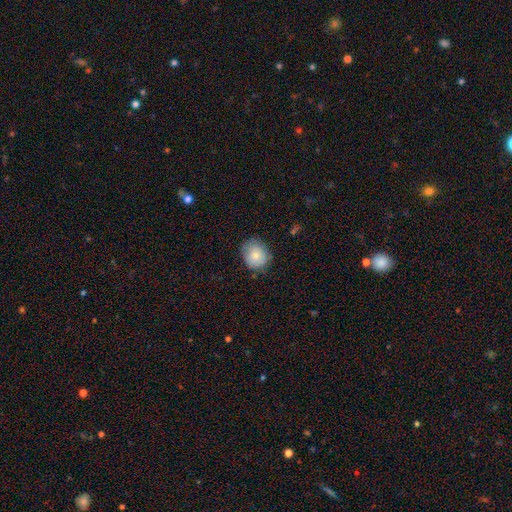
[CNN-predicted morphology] This is likely a smooth galaxy (79%). How rounded: likely round (68%). Merging: likely none (70%).